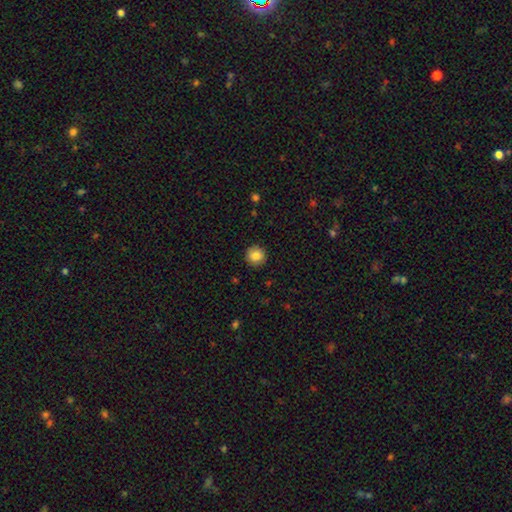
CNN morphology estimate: The model was most divided on "smooth or featured": smooth: 86%, star or artifact: 9%, featured or disk: 6%. More confident: how rounded — round (94%); merging — none (92%).